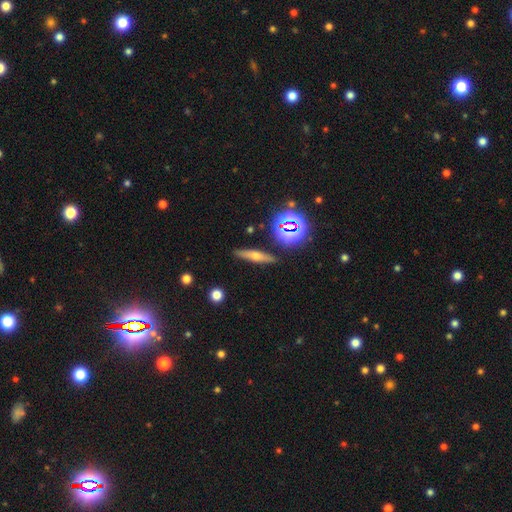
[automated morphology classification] Smooth or featured? Predicted: smooth (p=0.46). Merging? Predicted: none (p=0.87).